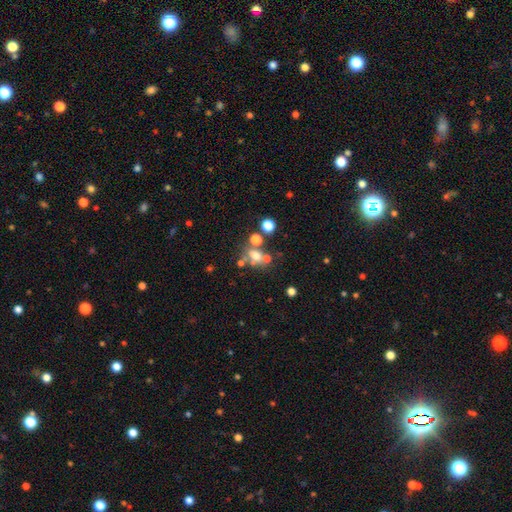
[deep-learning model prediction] smooth 55%, featured or disk 23%, star or artifact 22%. Down the decision tree: how rounded — round (56%); merging — none (45%).